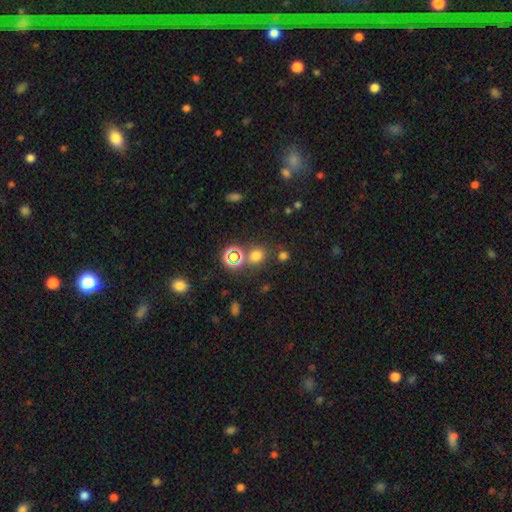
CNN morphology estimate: Smooth or featured?
  - smooth: 64% *
  - star or artifact: 30%
  - featured or disk: 6%
How rounded?
  - round: 76% *
  - in between: 22%
  - cigar-shaped: 1%
Merging?
  - none: 75% *
  - merger: 12%
  - minor disturbance: 9%
  - major disturbance: 4%